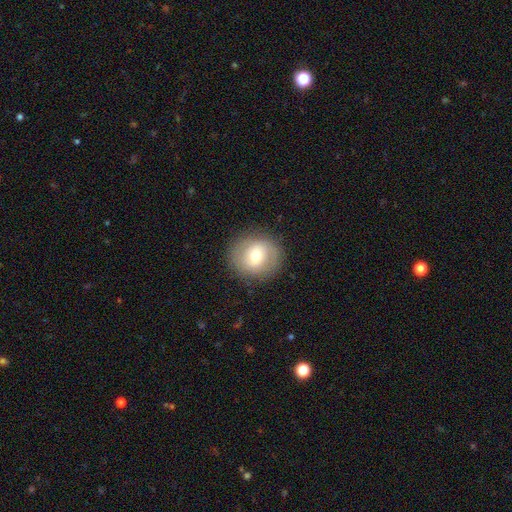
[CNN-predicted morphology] Smooth or featured? Predicted: smooth (p=0.59). How rounded? Predicted: round (p=0.86). Merging? Predicted: none (p=0.85).